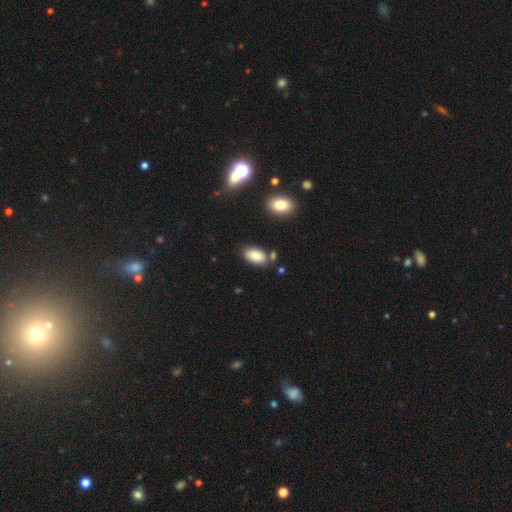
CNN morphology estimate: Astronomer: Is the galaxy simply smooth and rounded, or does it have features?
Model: smooth — 87%.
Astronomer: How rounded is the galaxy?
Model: in between — 94%.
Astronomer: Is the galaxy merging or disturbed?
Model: none — 73%.